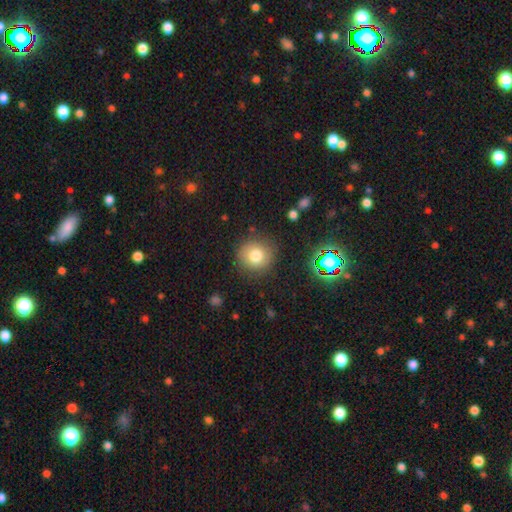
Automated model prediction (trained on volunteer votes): This is likely a smooth galaxy (77%). How rounded: clearly round (89%). Merging: clearly none (85%).